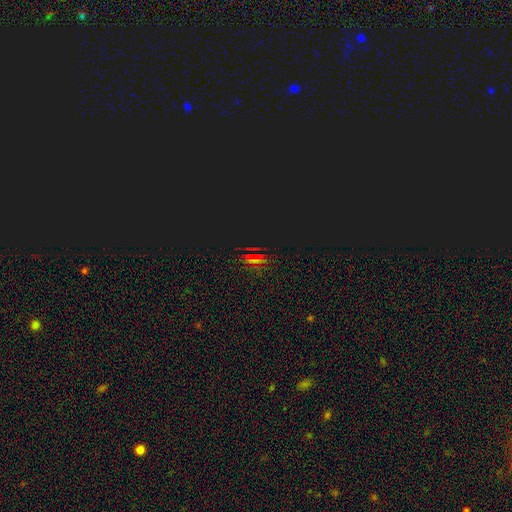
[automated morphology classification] A star or artifact, not a galaxy (72%).

Vote fractions:
- Smooth or featured? star or artifact: 72% / smooth: 20% / featured or disk: 8%